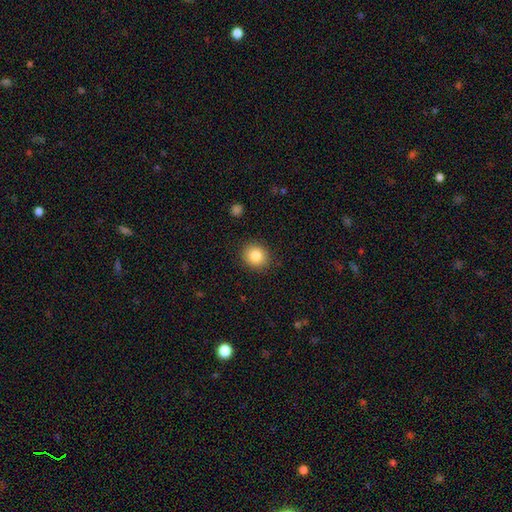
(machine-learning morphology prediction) smooth 83%, star or artifact 10%, featured or disk 7%. Down the decision tree: how rounded — round (81%); merging — none (90%).